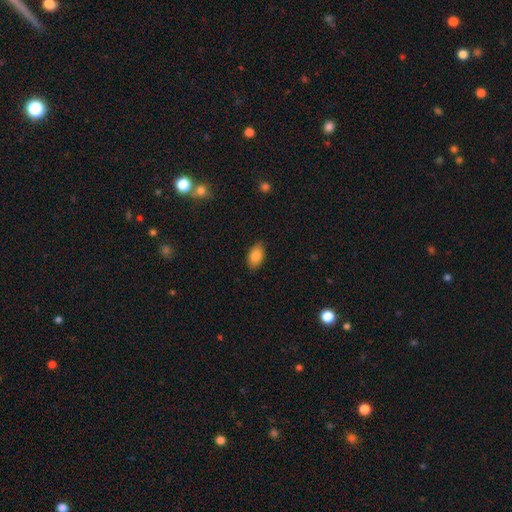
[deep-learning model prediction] smooth 85%, featured or disk 8%, star or artifact 7%. Down the decision tree: how rounded — in between (92%); merging — none (86%).